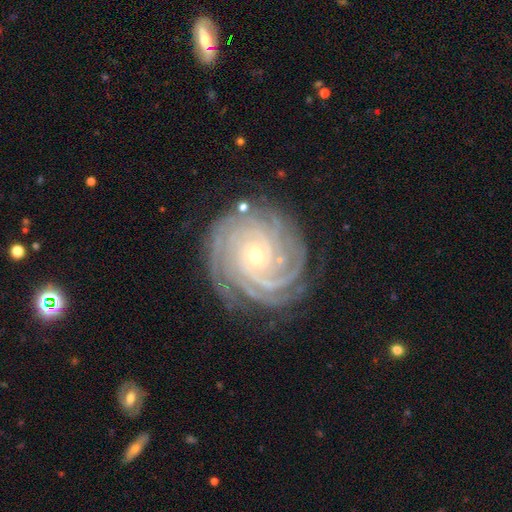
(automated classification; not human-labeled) A featured or disk galaxy (91%) with no bar (74%), 4 (31%) tight (85%) spiral arms (98%) and a small central bulge (73%). Merging: none (80%).